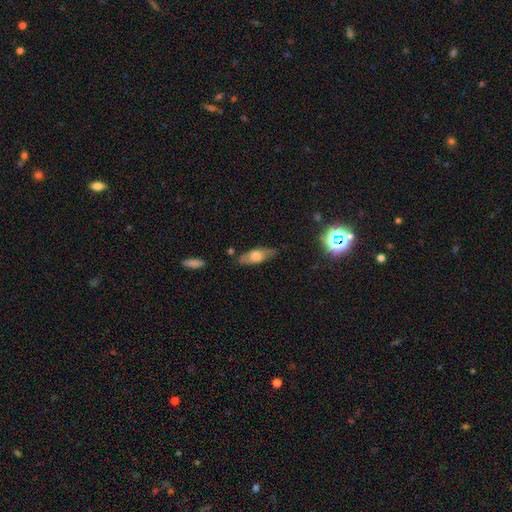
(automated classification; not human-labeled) The model was most divided on "smooth or featured": smooth: 55%, featured or disk: 38%, star or artifact: 8%. More confident: merging — none (78%); how rounded — in between (65%).